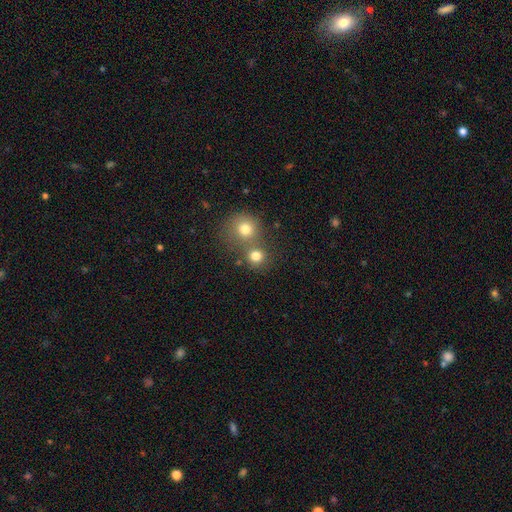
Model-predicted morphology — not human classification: Overall: smooth (79%). How rounded: round (87%). Merging: none (54%; merger 36%).